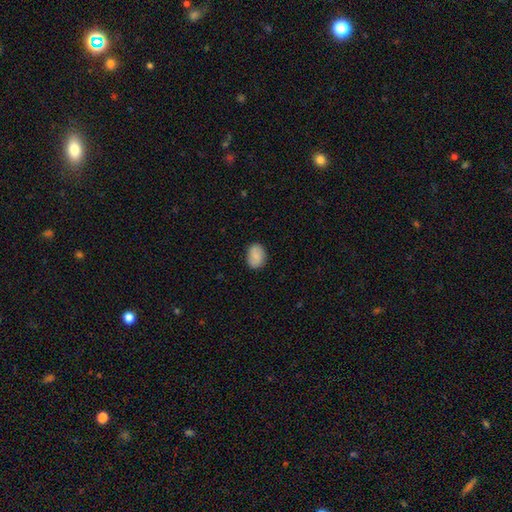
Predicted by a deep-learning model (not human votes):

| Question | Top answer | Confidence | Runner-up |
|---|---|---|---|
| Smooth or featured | smooth | 80% | featured or disk (13%) |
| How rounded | in between | 73% | round (26%) |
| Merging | none | 85% | minor disturbance (12%) |